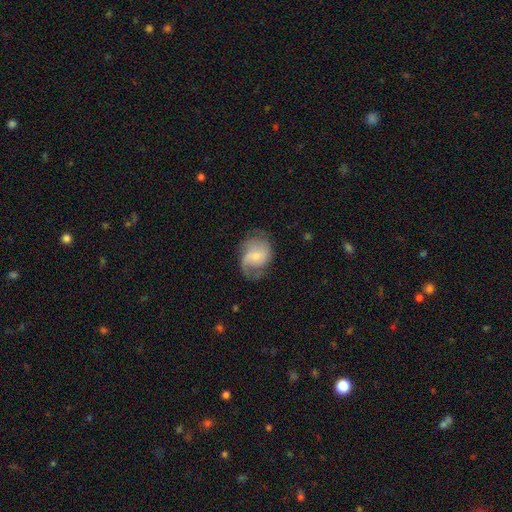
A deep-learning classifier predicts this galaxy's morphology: A featured or disk galaxy (65%) with no bar (49%), 2 (57%) medium (43%) spiral arms (89%) and a small central bulge (54%).

Vote fractions:
- Smooth or featured? featured or disk: 65% / smooth: 28% / star or artifact: 7%
- Edge-on disk? no: 97% / yes: 3%
- Bar? no: 49% / weak: 41% / strong: 10%
- Spiral arms? yes: 89% / no: 11%
- Spiral winding? medium: 43% / loose: 39% / tight: 18%
- Spiral arm count? 2: 57% / 1: 20% / can't tell: 13% / 3: 7% / 4: 2% / more than 4: 2%
- Bulge size? small: 54% / moderate: 35% / none: 6% / large: 4% / dominant: 1%
- Merging? none: 55% / minor disturbance: 25% / major disturbance: 19% / merger: 2%